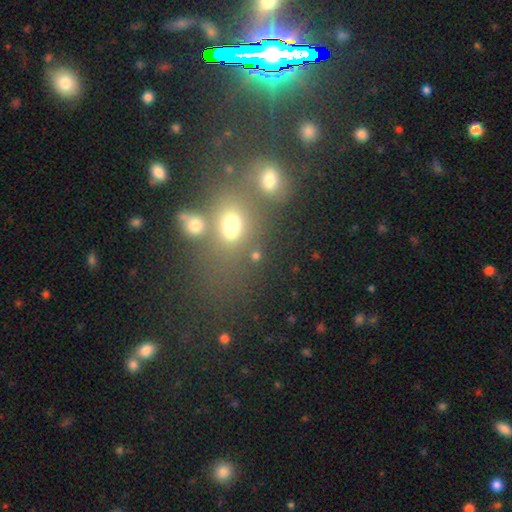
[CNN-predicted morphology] Smooth or featured? Predicted: smooth (p=0.67). How rounded? Predicted: round (p=0.51). Merging? Predicted: none (p=0.49).